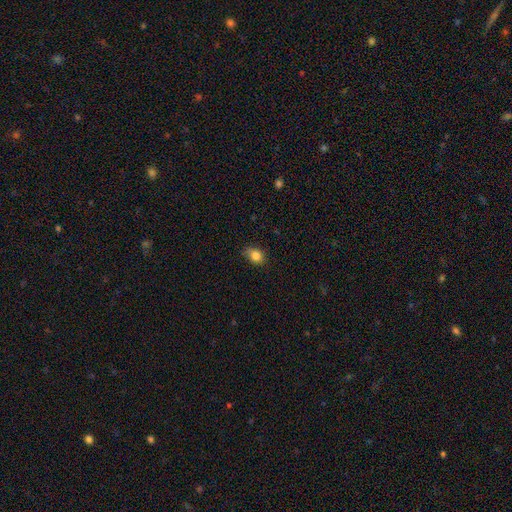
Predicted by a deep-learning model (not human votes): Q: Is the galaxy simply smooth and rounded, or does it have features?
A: smooth — 84%.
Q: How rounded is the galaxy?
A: in between — 55%.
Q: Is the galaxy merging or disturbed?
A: none — 64%.